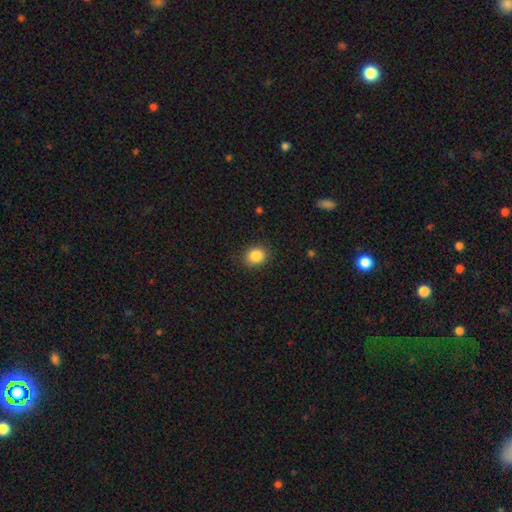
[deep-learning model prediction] smooth-or-featured: smooth: 86% | star or artifact: 9% | featured or disk: 4%
  how-rounded: round: 65% | in between: 35% | cigar-shaped: 1%
  merging: none: 87% | minor disturbance: 9% | major disturbance: 3% | merger: 1%